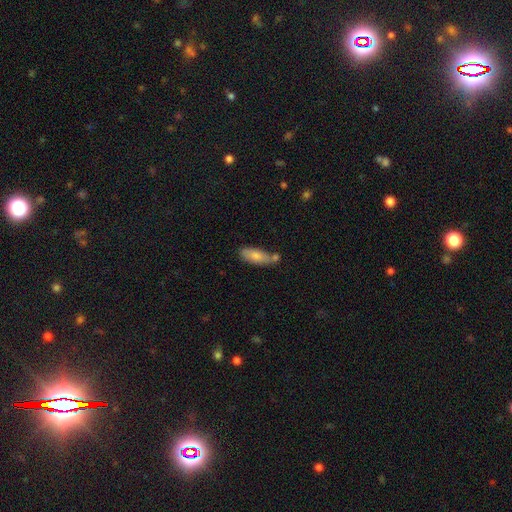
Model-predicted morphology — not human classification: This is likely a smooth galaxy (78%). How rounded: likely in between (71%). Merging: possibly none (48%).